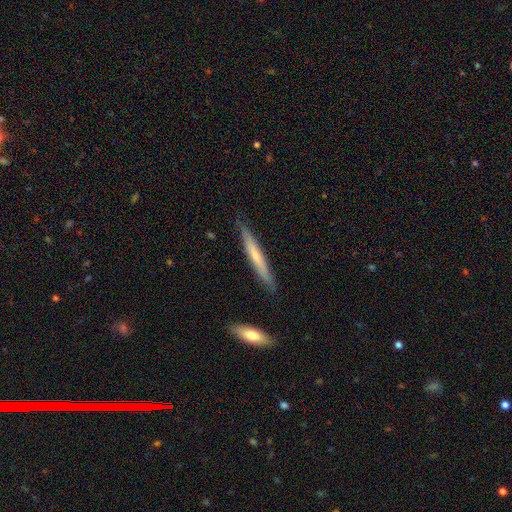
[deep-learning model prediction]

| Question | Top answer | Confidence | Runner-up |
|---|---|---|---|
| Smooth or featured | smooth | 49% | featured or disk (45%) |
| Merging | none | 85% | minor disturbance (12%) |